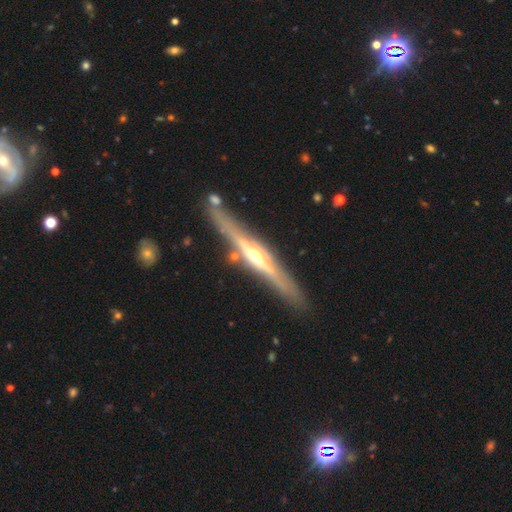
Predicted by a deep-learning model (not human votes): The model was most divided on "smooth or featured": featured or disk: 81%, smooth: 13%, star or artifact: 5%. More confident: edge-on disk — yes (96%); edge-on bulge — rounded (89%); merging — none (84%).